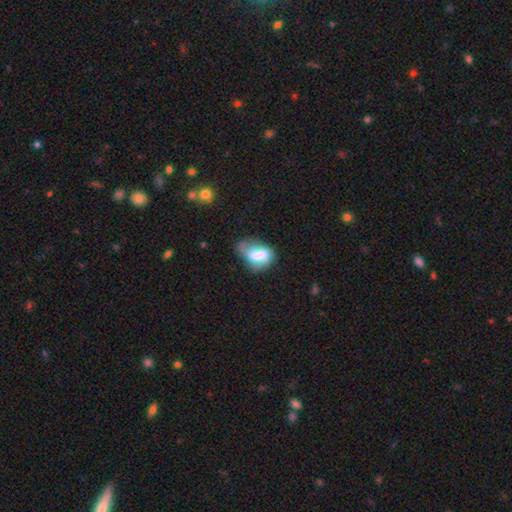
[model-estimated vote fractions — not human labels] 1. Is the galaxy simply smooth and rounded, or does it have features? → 53% smooth, 37% featured or disk, 10% star or artifact.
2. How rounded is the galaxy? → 80% in between, 17% round, 3% cigar-shaped.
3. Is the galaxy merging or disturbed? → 29% minor disturbance, 28% major disturbance, 26% none, 17% merger.